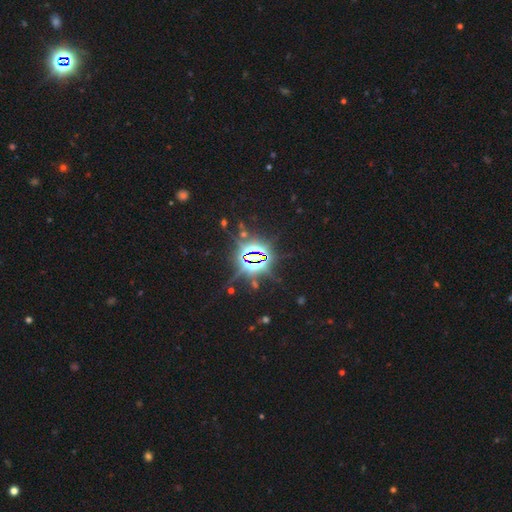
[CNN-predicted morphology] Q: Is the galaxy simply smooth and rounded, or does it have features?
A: star or artifact — 82%.